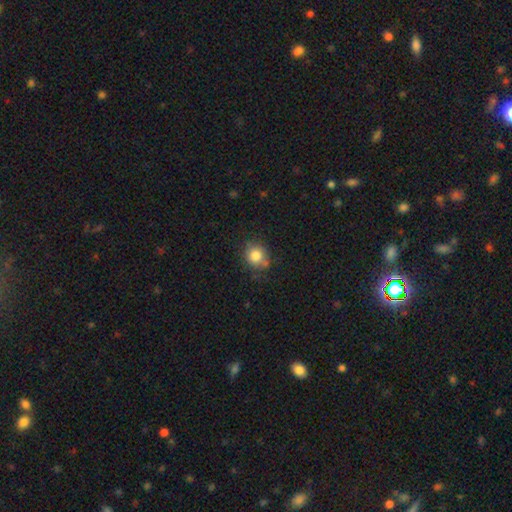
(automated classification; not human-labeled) A smooth galaxy with no disk features (81%) that is round (83%).

Vote fractions:
- Smooth or featured? smooth: 81% / star or artifact: 11% / featured or disk: 8%
- How rounded? round: 83% / in between: 16% / cigar-shaped: 1%
- Merging? none: 71% / minor disturbance: 18% / merger: 7% / major disturbance: 5%